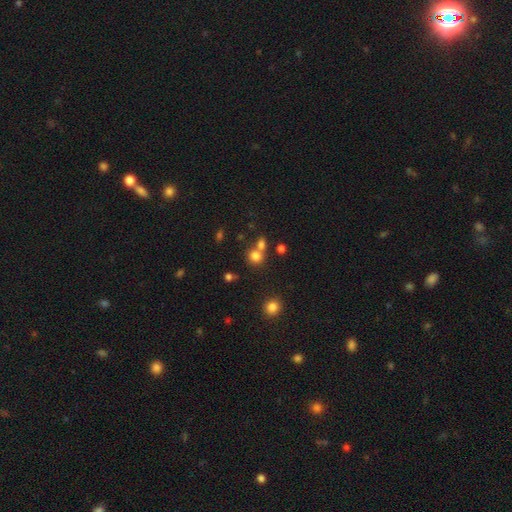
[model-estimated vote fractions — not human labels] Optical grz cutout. It shows a smooth galaxy with no disk features (76%) that is round (82%). Merging: none (53%).